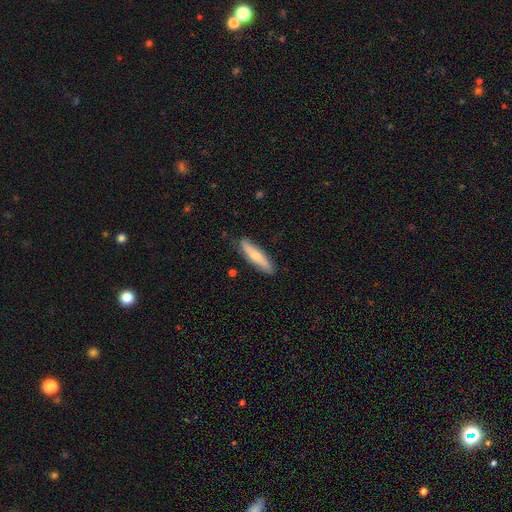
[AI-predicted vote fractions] Smooth or featured?
  - smooth: 58% *
  - featured or disk: 36%
  - star or artifact: 5%
How rounded?
  - cigar-shaped: 75% *
  - in between: 23%
  - round: 2%
Merging?
  - none: 82% *
  - minor disturbance: 14%
  - major disturbance: 2%
  - merger: 1%